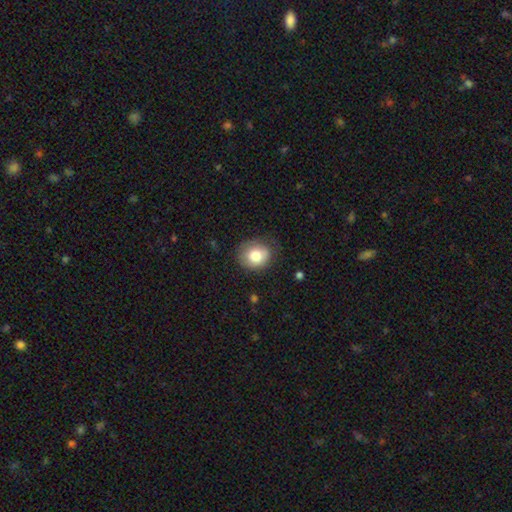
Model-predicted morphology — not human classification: This appears to be a smooth galaxy with no disk features (78%) that is round (68%). Merging: none (73%).